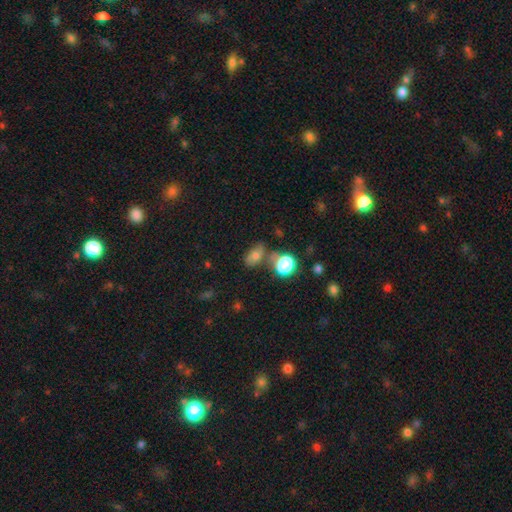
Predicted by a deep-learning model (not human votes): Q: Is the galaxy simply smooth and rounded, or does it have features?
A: smooth — 69%.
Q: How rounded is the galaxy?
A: in between — 76%.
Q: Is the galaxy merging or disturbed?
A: none — 51%.